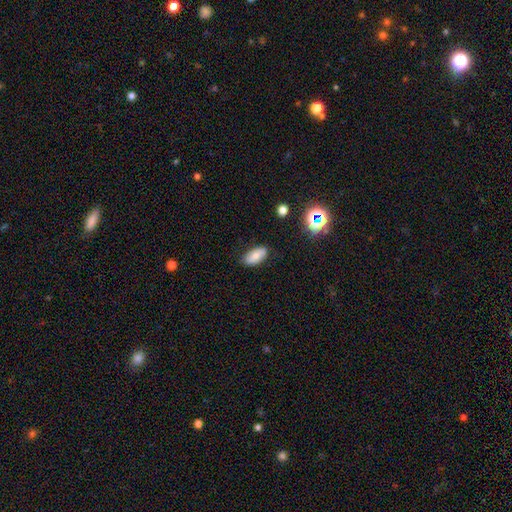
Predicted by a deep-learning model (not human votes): A smooth galaxy with no disk features (76%) that is in between round and cigar-shaped (90%). Merging: none (83%).